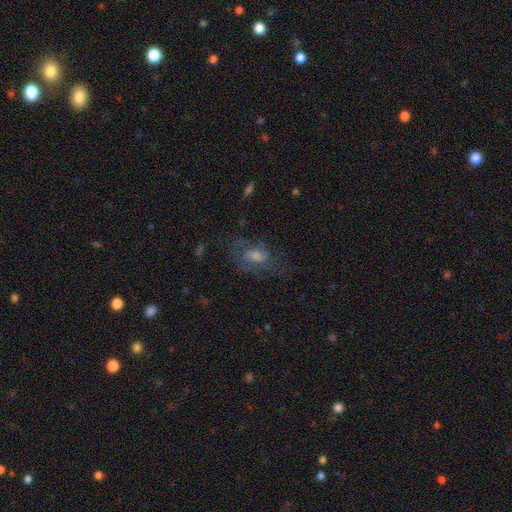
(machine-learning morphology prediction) featured or disk 54%, smooth 30%, star or artifact 16%. Down the decision tree: edge-on disk — no (94%); bar — no (57%); spiral arms — yes (70%); bulge size — moderate (46%); merging — none (56%).